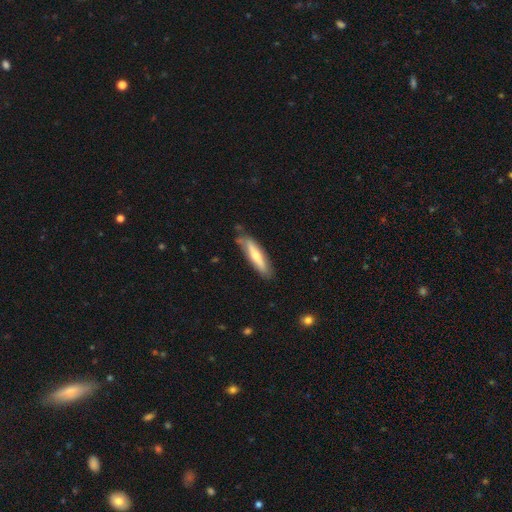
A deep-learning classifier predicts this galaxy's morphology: This is possibly a smooth galaxy (50%). How rounded: likely cigar-shaped (75%). Merging: likely none (74%).